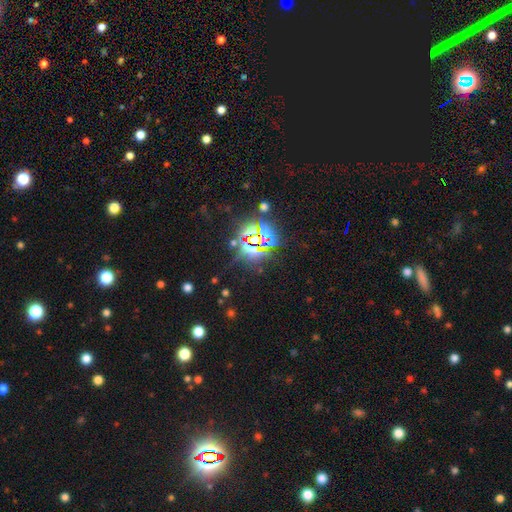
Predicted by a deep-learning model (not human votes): Smooth or featured? star or artifact (84%)